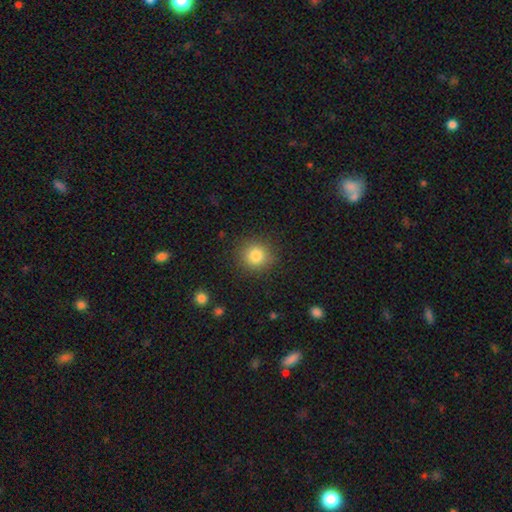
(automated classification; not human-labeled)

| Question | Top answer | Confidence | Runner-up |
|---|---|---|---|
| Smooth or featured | smooth | 82% | star or artifact (11%) |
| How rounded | round | 91% | in between (8%) |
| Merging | none | 88% | minor disturbance (8%) |